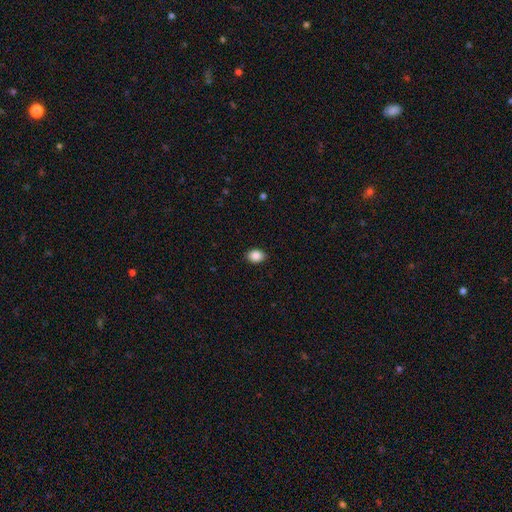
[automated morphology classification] The model was most divided on "how rounded": in between: 69%, round: 30%, cigar-shaped: 1%. More confident: merging — none (90%); smooth or featured — smooth (88%).